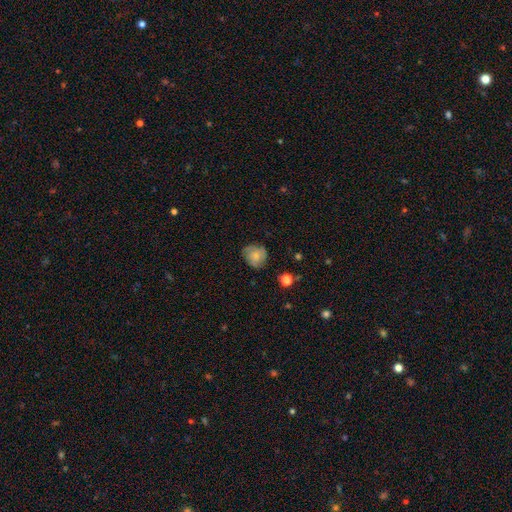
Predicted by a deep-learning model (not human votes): A smooth galaxy with no disk features (67%) that is round (80%).

Vote fractions:
- Smooth or featured? smooth: 67% / featured or disk: 25% / star or artifact: 9%
- How rounded? round: 80% / in between: 19% / cigar-shaped: 1%
- Merging? none: 72% / minor disturbance: 22% / major disturbance: 5% / merger: 1%